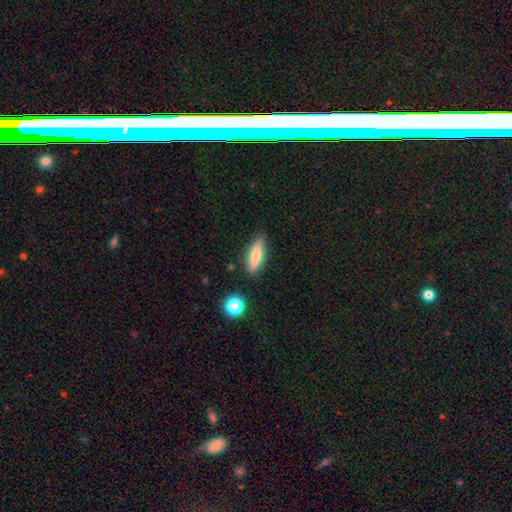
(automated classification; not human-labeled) Morphology: type=smooth (74%); roundness=cigar-shaped (53%); merging=none (82%).